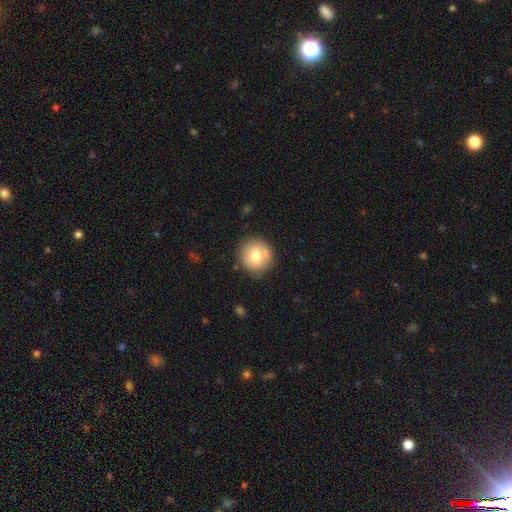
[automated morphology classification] The model was most divided on "smooth or featured": smooth: 72%, featured or disk: 19%, star or artifact: 8%. More confident: how rounded — round (93%); merging — none (79%).